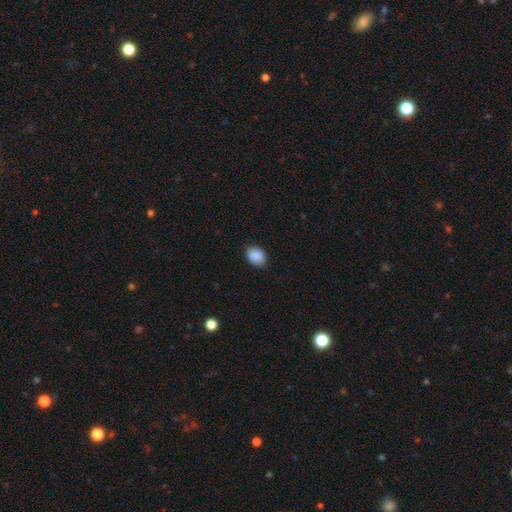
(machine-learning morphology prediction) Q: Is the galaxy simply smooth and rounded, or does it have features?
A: smooth — 89%.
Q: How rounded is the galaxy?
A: in between — 67%.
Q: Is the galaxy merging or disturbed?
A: none — 87%.